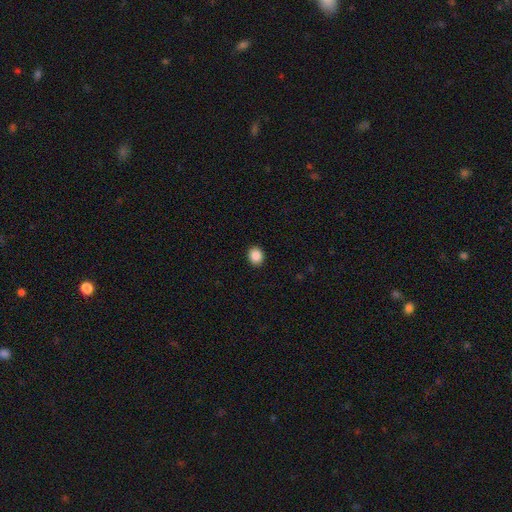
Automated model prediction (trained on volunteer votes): A smooth galaxy with no disk features (88%) that is round (69%).

Vote fractions:
- Smooth or featured? smooth: 88% / star or artifact: 9% / featured or disk: 3%
- How rounded? round: 69% / in between: 30% / cigar-shaped: 1%
- Merging? none: 92% / minor disturbance: 6% / major disturbance: 2% / merger: 1%